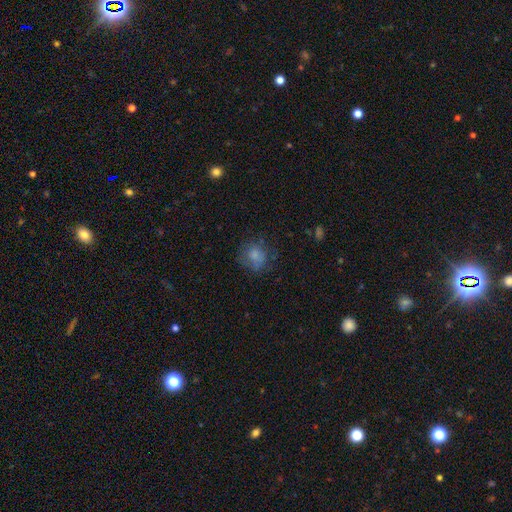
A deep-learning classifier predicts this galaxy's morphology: smooth_or_featured: smooth (p=0.72) [alt: featured or disk p=0.17]
how_rounded: round (p=0.77) [alt: in between p=0.22]
merging: none (p=0.59) [alt: minor disturbance p=0.24]